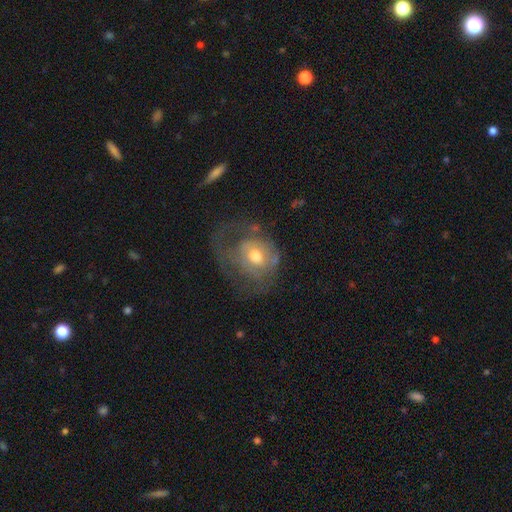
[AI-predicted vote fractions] A featured or disk galaxy (54%) with no bar (75%), spiral arms (53%) and a moderate central bulge (69%). Merging: major disturbance (44%).